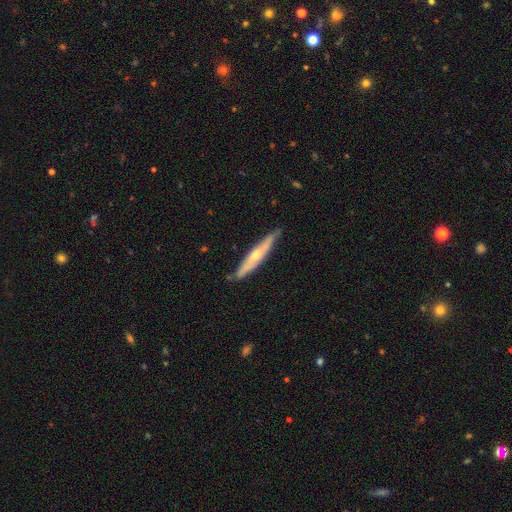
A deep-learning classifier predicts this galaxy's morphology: type=featured or disk (56%); edge-on=yes (86%); merging=none (79%).